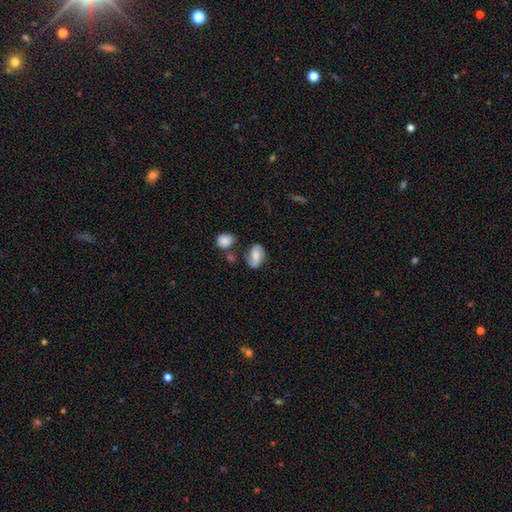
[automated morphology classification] Overall: featured or disk (46%; smooth 45%). Merging: none (62%).